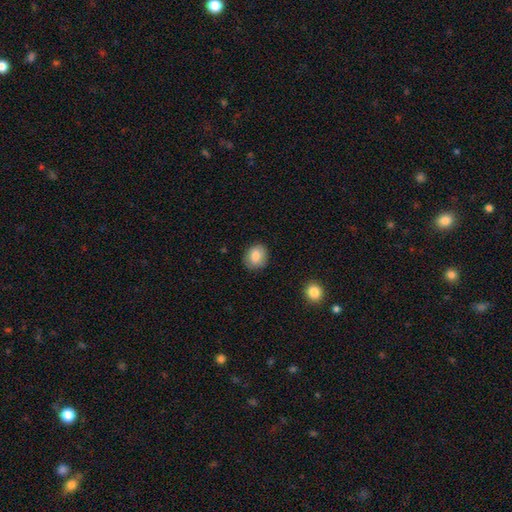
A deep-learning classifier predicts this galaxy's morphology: Overall: smooth (83%). How rounded: round (62%; in between 37%). Merging: none (83%).